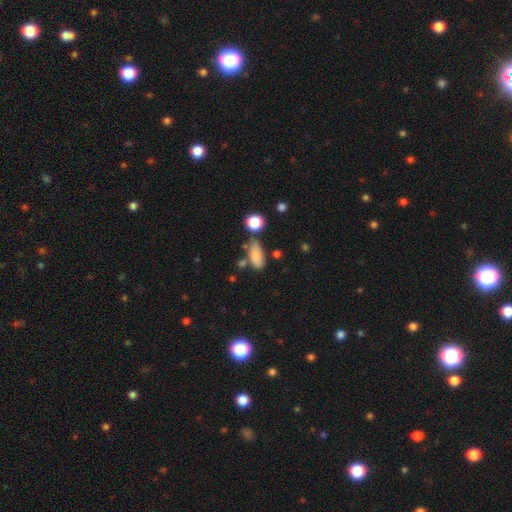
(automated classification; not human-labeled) Smooth or featured? smooth (82%)
How rounded? in between (83%)
Merging? none (64%)